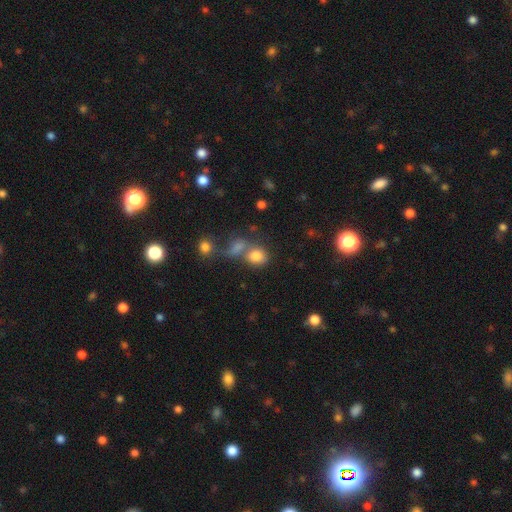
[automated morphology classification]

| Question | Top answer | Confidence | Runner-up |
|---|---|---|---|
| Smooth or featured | smooth | 81% | star or artifact (11%) |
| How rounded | round | 53% | in between (45%) |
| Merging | none | 42% | merger (40%) |